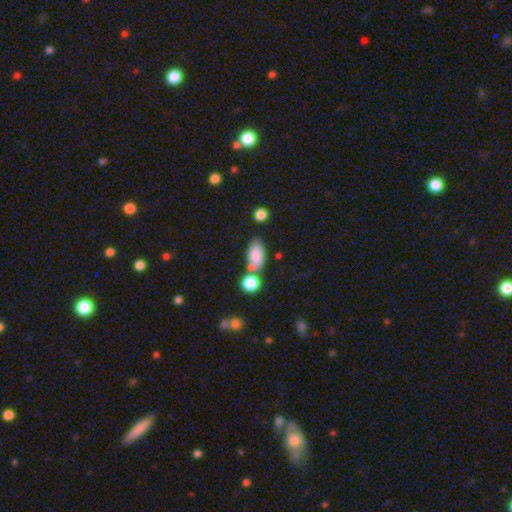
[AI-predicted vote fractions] Smooth or featured? Predicted: smooth (p=0.83). How rounded? Predicted: in between (p=0.90). Merging? Predicted: none (p=0.56).